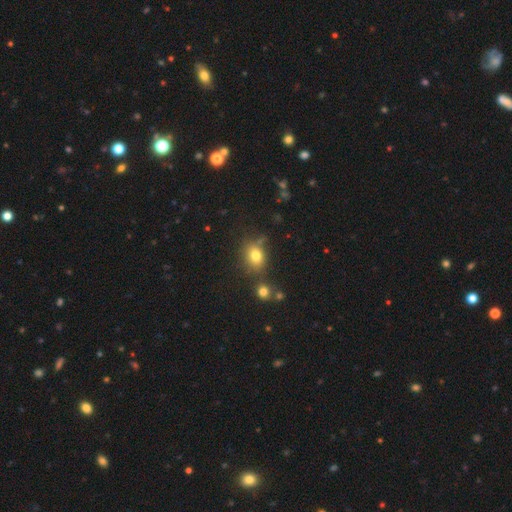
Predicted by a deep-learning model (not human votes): smooth 77%, star or artifact 14%, featured or disk 9%. Down the decision tree: how rounded — in between (55%); merging — none (69%).